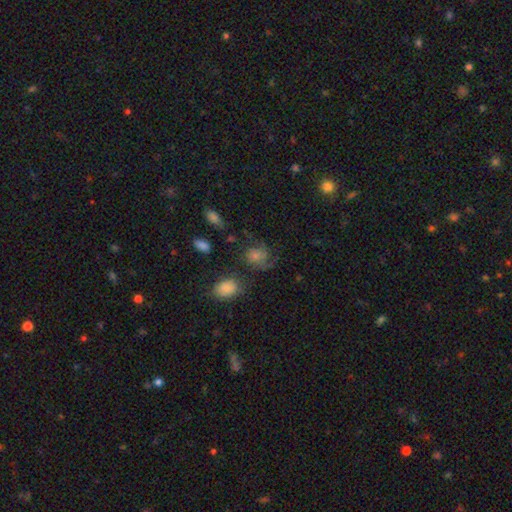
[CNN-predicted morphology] Smooth or featured?
  - featured or disk: 43% *
  - smooth: 38%
  - star or artifact: 19%
Merging?
  - none: 56% *
  - minor disturbance: 21%
  - major disturbance: 19%
  - merger: 5%